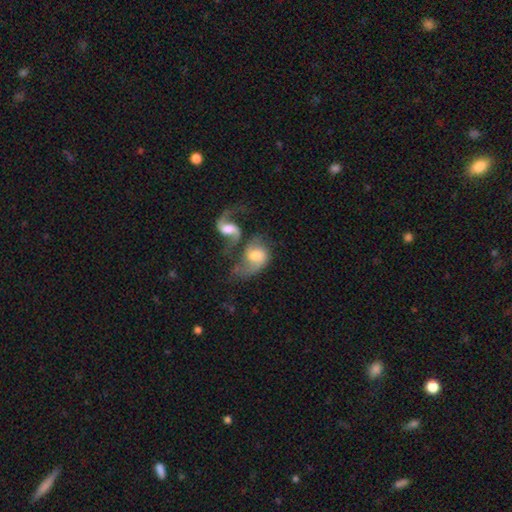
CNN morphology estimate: Q: Smooth or featured?
A: featured or disk (66%); runner-up: smooth (27%)
Q: Edge-on disk?
A: no (96%); runner-up: yes (4%)
Q: Bar?
A: no (44%); tied with: weak (44%)
Q: Spiral arms?
A: yes (85%); runner-up: no (15%)
Q: Spiral winding?
A: loose (59%); runner-up: medium (33%)
Q: Spiral arm count?
A: 2 (73%); runner-up: 1 (16%)
Q: Bulge size?
A: moderate (52%); runner-up: large (23%)
Q: Merging?
A: merger (58%); runner-up: none (17%)